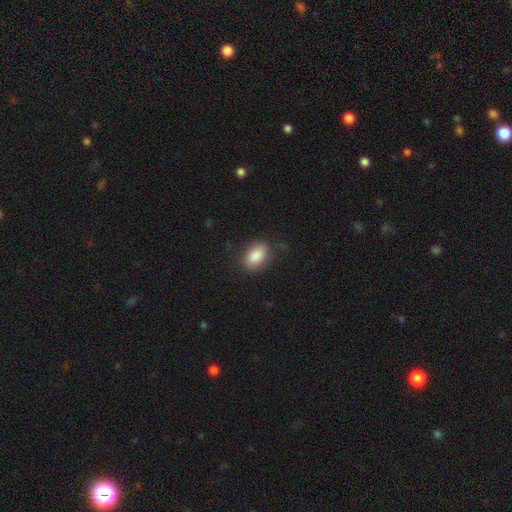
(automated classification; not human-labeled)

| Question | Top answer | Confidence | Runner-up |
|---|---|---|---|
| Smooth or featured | smooth | 88% | star or artifact (7%) |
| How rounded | in between | 88% | round (11%) |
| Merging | none | 79% | minor disturbance (15%) |